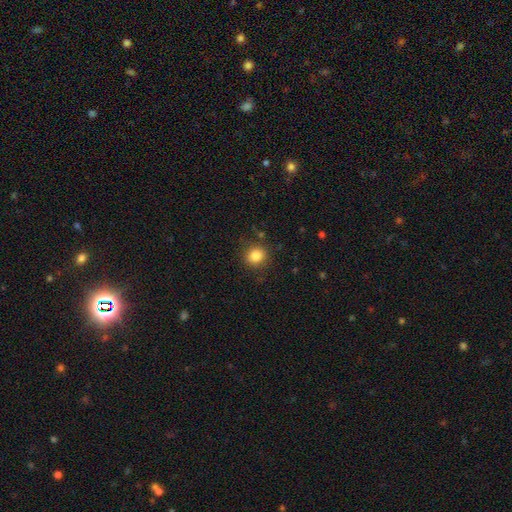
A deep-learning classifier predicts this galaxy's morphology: The model was most divided on "how rounded": round: 84%, in between: 15%, cigar-shaped: 1%. More confident: merging — none (87%); smooth or featured — smooth (83%).